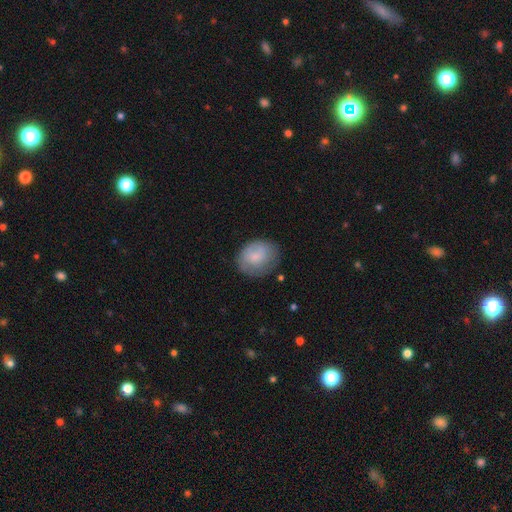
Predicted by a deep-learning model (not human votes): A smooth galaxy with no disk features (71%) that is round (59%). Merging: none (66%).